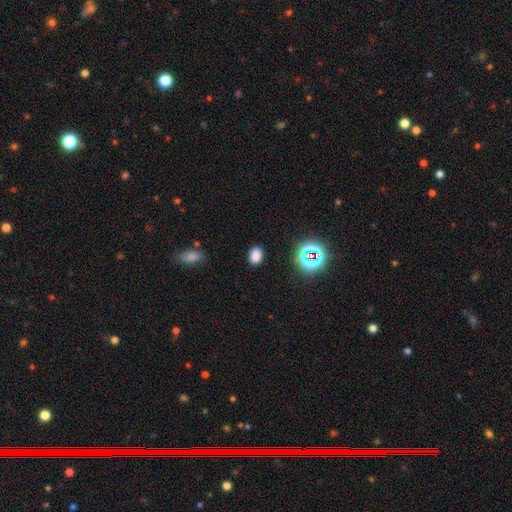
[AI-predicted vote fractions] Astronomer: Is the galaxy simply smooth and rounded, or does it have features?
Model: smooth — 77%.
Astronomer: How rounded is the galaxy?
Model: in between — 79%.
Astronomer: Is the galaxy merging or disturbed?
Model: none — 86%.